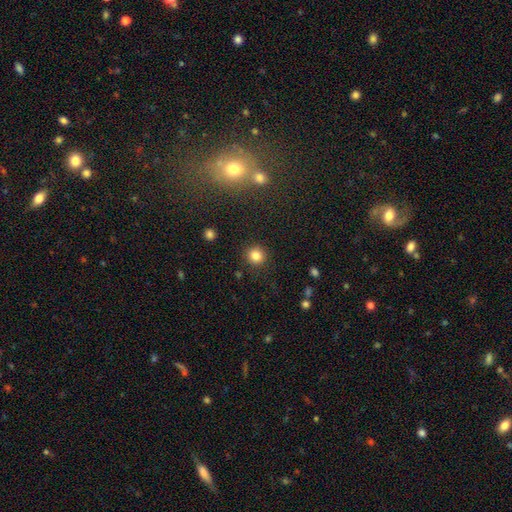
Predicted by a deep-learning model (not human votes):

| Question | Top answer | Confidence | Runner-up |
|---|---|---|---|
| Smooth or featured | smooth | 82% | star or artifact (12%) |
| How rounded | round | 92% | in between (7%) |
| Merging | none | 91% | minor disturbance (6%) |